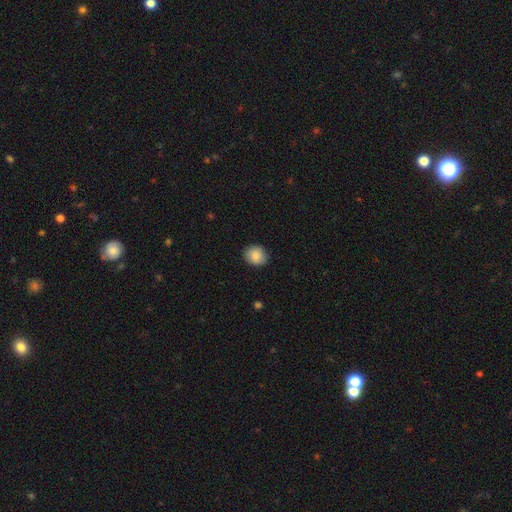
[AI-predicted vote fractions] A smooth galaxy with no disk features (86%) that is round (73%).

Vote fractions:
- Smooth or featured? smooth: 86% / star or artifact: 8% / featured or disk: 6%
- How rounded? round: 73% / in between: 26% / cigar-shaped: 1%
- Merging? none: 87% / minor disturbance: 10% / major disturbance: 2% / merger: 1%